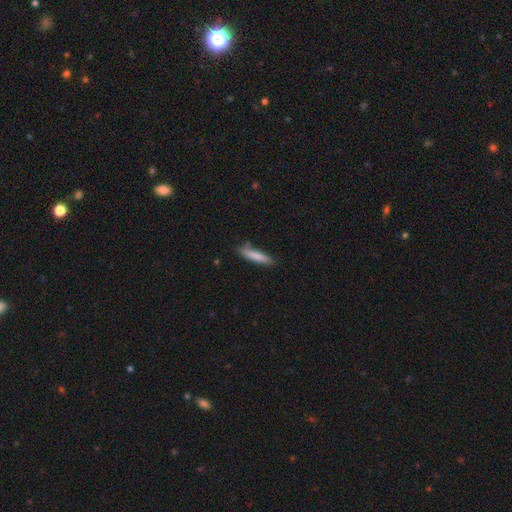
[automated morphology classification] type=smooth (83%); roundness=cigar-shaped (84%); merging=none (79%).